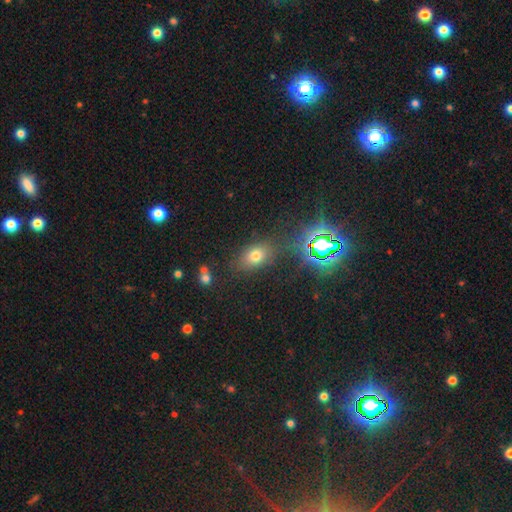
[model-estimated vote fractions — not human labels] Q: Smooth or featured?
A: smooth (68%); runner-up: star or artifact (21%)
Q: How rounded?
A: in between (71%); runner-up: round (26%)
Q: Merging?
A: none (77%); runner-up: minor disturbance (13%)